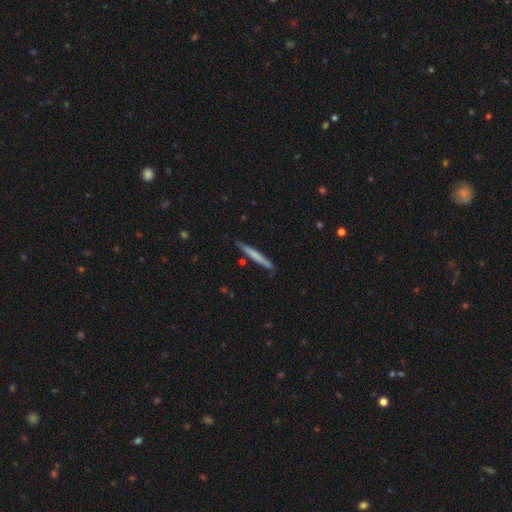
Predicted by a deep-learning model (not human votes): Smooth or featured? smooth (64%)
How rounded? cigar-shaped (96%)
Merging? none (85%)